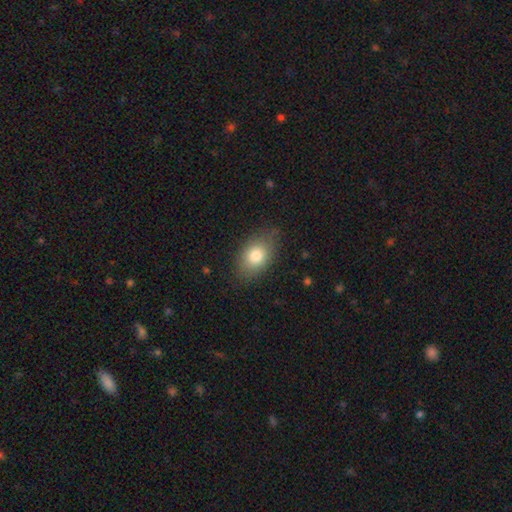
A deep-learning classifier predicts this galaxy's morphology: smooth_or_featured: smooth (p=0.79) [alt: featured or disk p=0.13]
how_rounded: in between (p=0.84) [alt: round p=0.14]
merging: none (p=0.77) [alt: minor disturbance p=0.17]